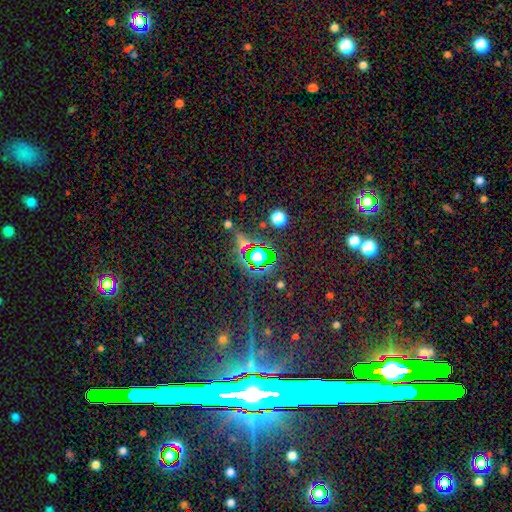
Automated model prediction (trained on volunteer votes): Morphology: type=star or artifact (68%).